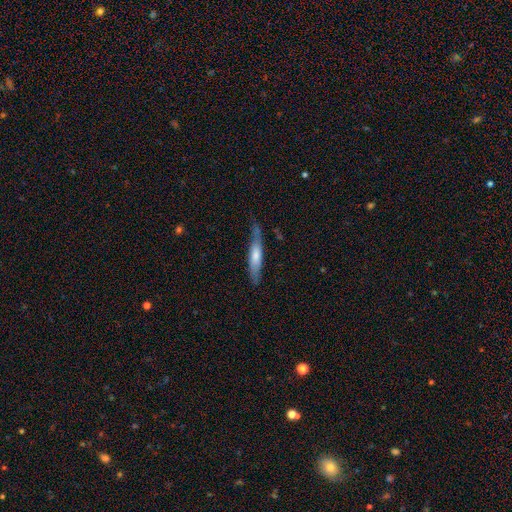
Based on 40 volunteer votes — This is possibly a featured or disk galaxy (57%). It is clearly viewed edge-on (91%). Edge-on bulge: likely rounded (67%). Merging: clearly none (80%).